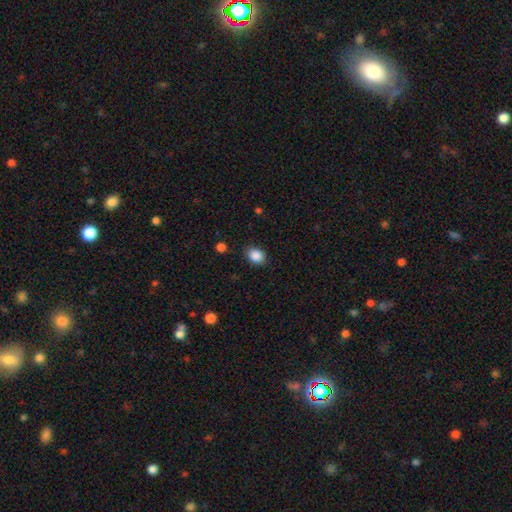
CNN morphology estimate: Smooth or featured?
  - smooth: 88% *
  - star or artifact: 9%
  - featured or disk: 3%
How rounded?
  - in between: 55% *
  - round: 44%
  - cigar-shaped: 1%
Merging?
  - none: 85% *
  - minor disturbance: 11%
  - major disturbance: 3%
  - merger: 1%